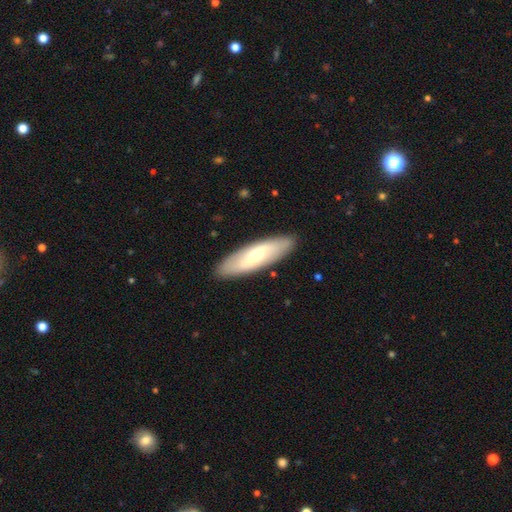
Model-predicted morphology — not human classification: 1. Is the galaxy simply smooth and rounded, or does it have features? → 50% smooth, 45% featured or disk, 5% star or artifact.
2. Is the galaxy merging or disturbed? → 89% none, 8% minor disturbance, 2% major disturbance, 1% merger.